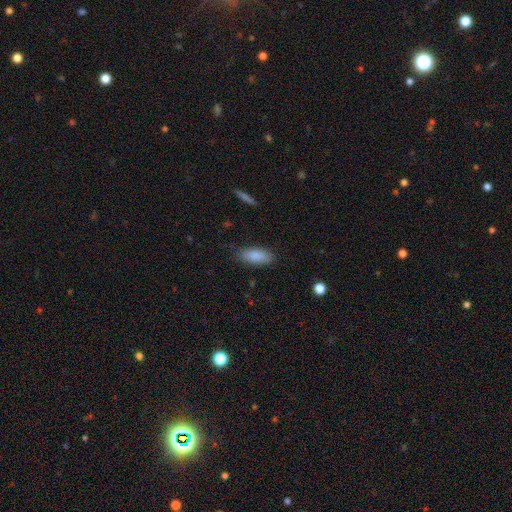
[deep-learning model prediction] Smooth or featured? smooth (87%)
How rounded? in between (81%)
Merging? none (82%)